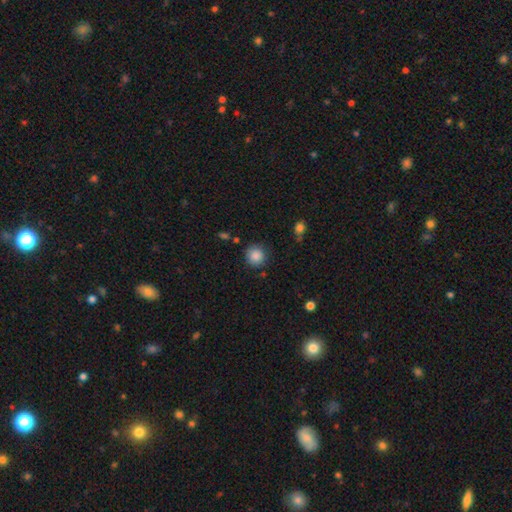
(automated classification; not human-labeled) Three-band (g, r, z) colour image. It shows a smooth galaxy with no disk features (87%) that is round (93%). Merging: none (82%).